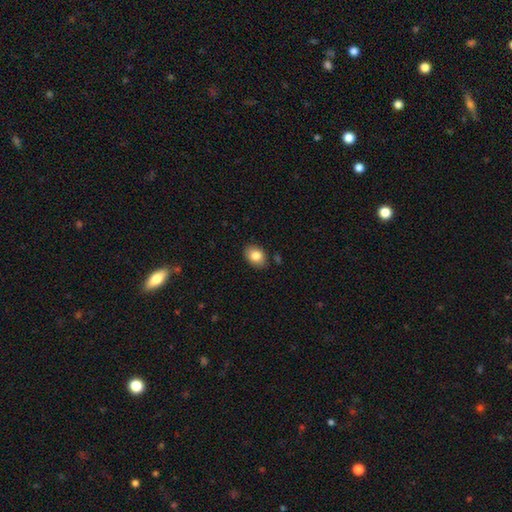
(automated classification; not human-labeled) A smooth galaxy with no disk features (84%) that is in between round and cigar-shaped (70%). Merging: none (86%).